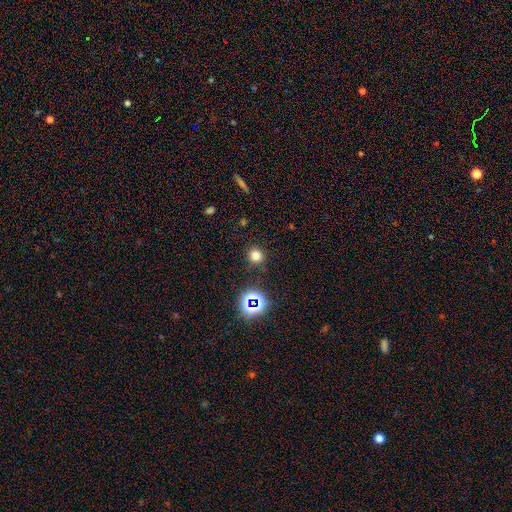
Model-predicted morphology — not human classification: A smooth galaxy with no disk features (73%) that is round (92%).

Vote fractions:
- Smooth or featured? smooth: 73% / star or artifact: 20% / featured or disk: 6%
- How rounded? round: 92% / in between: 7% / cigar-shaped: 1%
- Merging? none: 88% / minor disturbance: 7% / major disturbance: 3% / merger: 2%